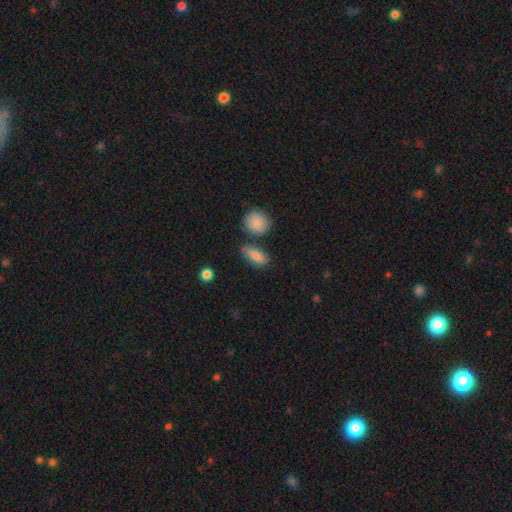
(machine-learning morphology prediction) smooth-or-featured: smooth: 84% | featured or disk: 9% | star or artifact: 7%
  how-rounded: in between: 77% | cigar-shaped: 17% | round: 6%
  merging: none: 67% | minor disturbance: 18% | merger: 10% | major disturbance: 5%